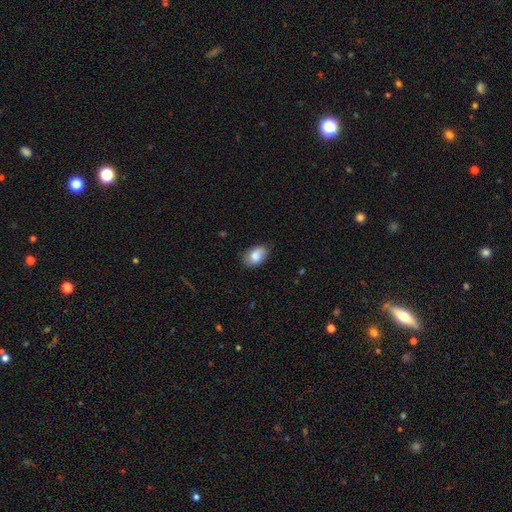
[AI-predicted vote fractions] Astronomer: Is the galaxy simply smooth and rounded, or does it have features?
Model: smooth — 85%.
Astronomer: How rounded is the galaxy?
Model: in between — 89%.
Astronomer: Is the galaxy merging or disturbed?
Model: none — 77%.